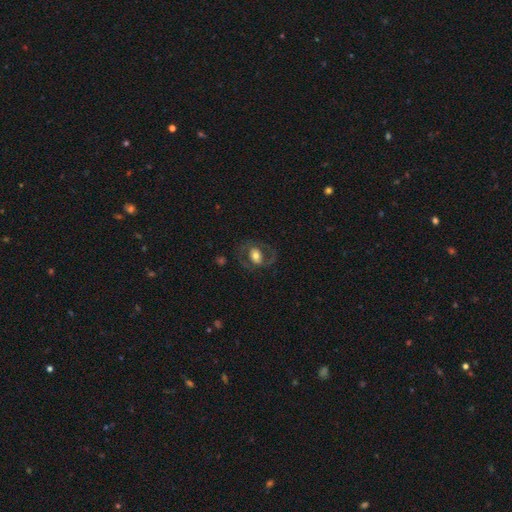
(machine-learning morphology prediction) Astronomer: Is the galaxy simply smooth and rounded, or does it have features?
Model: featured or disk — 53% (runner-up: smooth, 40%).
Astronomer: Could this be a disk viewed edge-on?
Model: no — 94%.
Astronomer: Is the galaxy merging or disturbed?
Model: none — 68%.